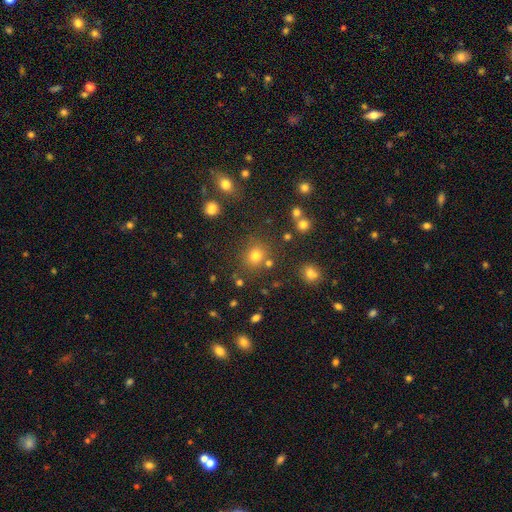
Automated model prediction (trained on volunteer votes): A smooth galaxy with no disk features (74%) that is round (85%).

Vote fractions:
- Smooth or featured? smooth: 74% / star or artifact: 19% / featured or disk: 7%
- How rounded? round: 85% / in between: 14% / cigar-shaped: 1%
- Merging? none: 80% / minor disturbance: 9% / merger: 7% / major disturbance: 4%